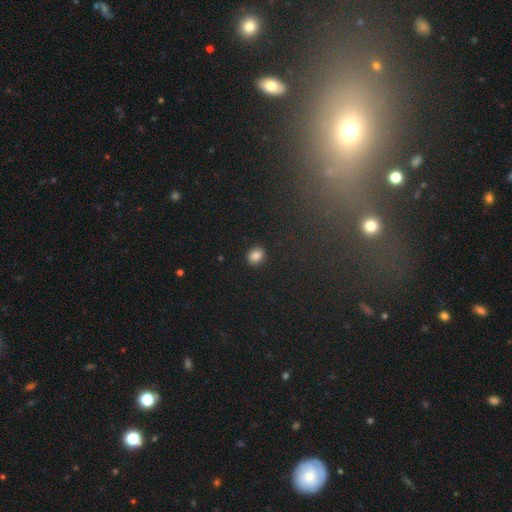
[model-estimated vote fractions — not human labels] Smooth or featured? Predicted: smooth (p=0.86). How rounded? Predicted: round (p=0.66). Merging? Predicted: none (p=0.90).